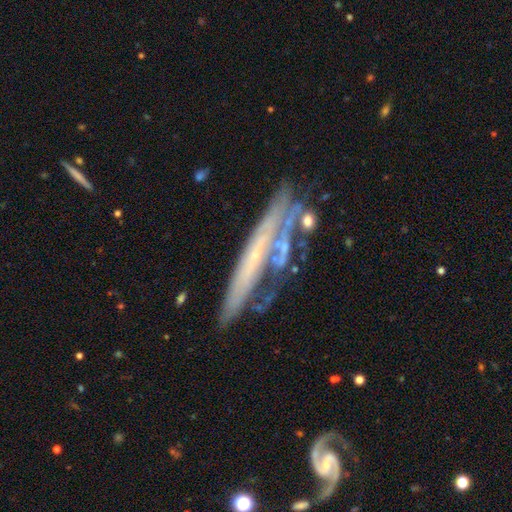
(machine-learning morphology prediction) A featured or disk galaxy (64%) viewed edge-on (60%).

Vote fractions:
- Smooth or featured? featured or disk: 64% / smooth: 25% / star or artifact: 10%
- Edge-on disk? yes: 60% / no: 40%
- Merging? none: 46% / minor disturbance: 23% / major disturbance: 19% / merger: 12%